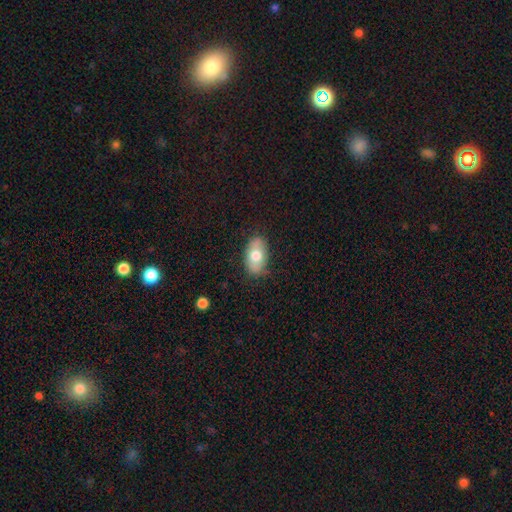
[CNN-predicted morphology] smooth_or_featured: smooth (p=0.71) [alt: featured or disk p=0.22]
how_rounded: in between (p=0.92) [alt: round p=0.06]
merging: none (p=0.79) [alt: minor disturbance p=0.16]